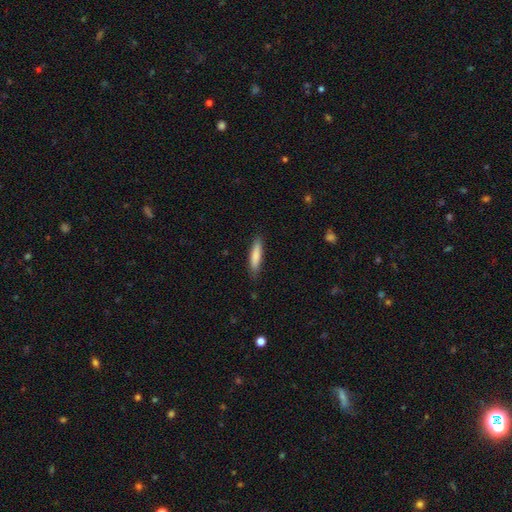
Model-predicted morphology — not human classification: smooth_or_featured: smooth (p=0.82) [alt: featured or disk p=0.12]
how_rounded: cigar-shaped (p=0.82) [alt: in between p=0.17]
merging: none (p=0.84) [alt: minor disturbance p=0.12]